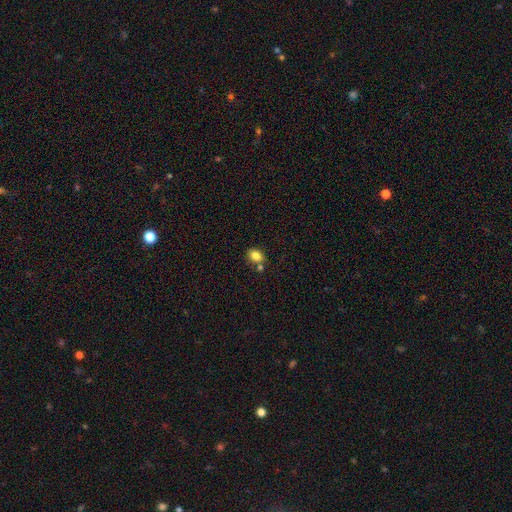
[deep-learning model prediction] A smooth galaxy with no disk features (84%) that is in between round and cigar-shaped (71%).

Vote fractions:
- Smooth or featured? smooth: 84% / star or artifact: 10% / featured or disk: 6%
- How rounded? in between: 71% / round: 28% / cigar-shaped: 1%
- Merging? none: 62% / merger: 21% / minor disturbance: 14% / major disturbance: 4%